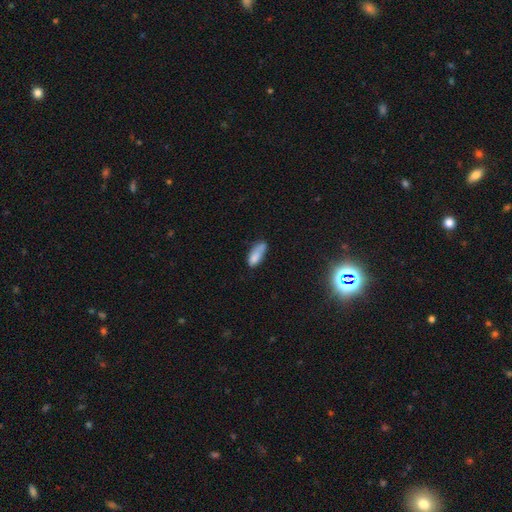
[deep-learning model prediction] smooth_or_featured: smooth (p=0.79) [alt: featured or disk p=0.12]
how_rounded: in between (p=0.70) [alt: cigar-shaped p=0.28]
merging: none (p=0.46) [alt: minor disturbance p=0.31]